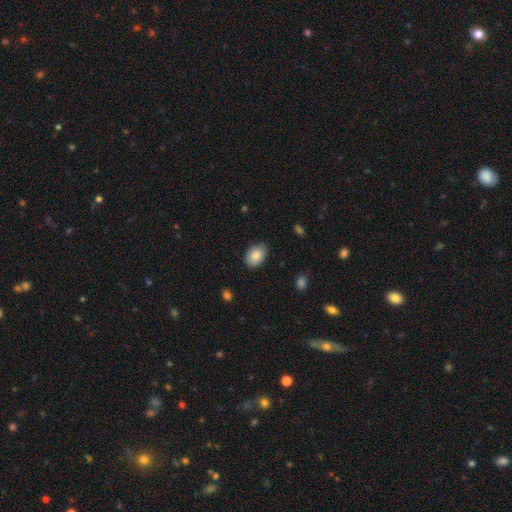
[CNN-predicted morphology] A smooth galaxy with no disk features (86%) that is in between round and cigar-shaped (84%).

Vote fractions:
- Smooth or featured? smooth: 86% / featured or disk: 7% / star or artifact: 7%
- How rounded? in between: 84% / round: 15% / cigar-shaped: 1%
- Merging? none: 83% / minor disturbance: 13% / major disturbance: 2% / merger: 1%